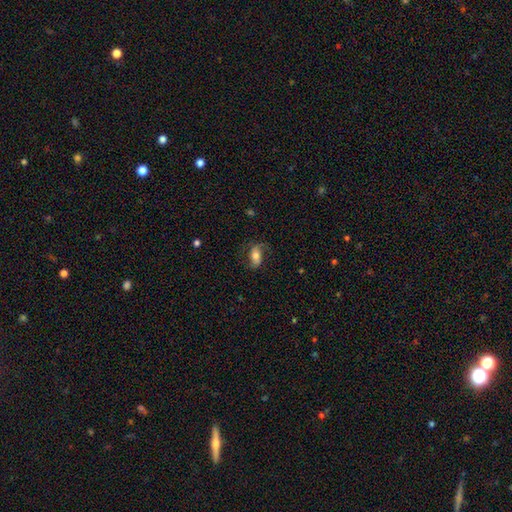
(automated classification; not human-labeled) Overall: smooth (55%; featured or disk 38%). How rounded: in between (87%). Merging: none (68%).